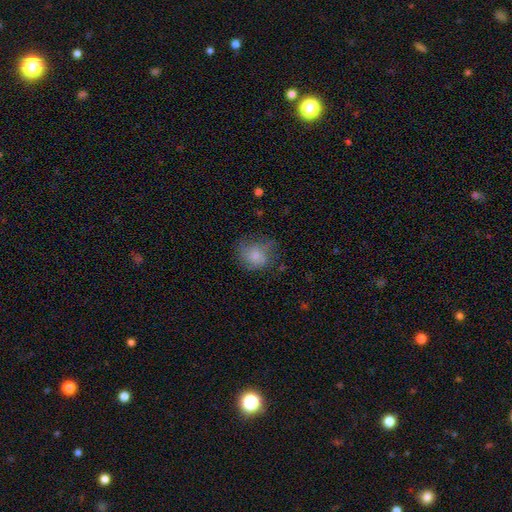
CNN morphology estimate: Q: Smooth or featured?
A: smooth (69%); runner-up: featured or disk (21%)
Q: How rounded?
A: round (67%); runner-up: in between (32%)
Q: Merging?
A: none (45%); runner-up: minor disturbance (31%)